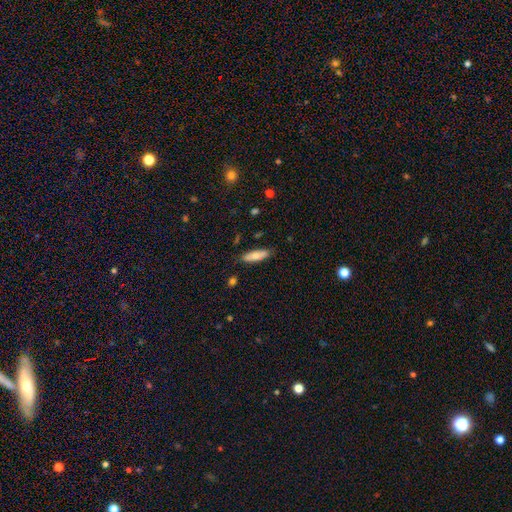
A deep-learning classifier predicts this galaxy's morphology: This is likely a smooth galaxy (71%). How rounded: possibly in between (51%). Merging: clearly none (84%).